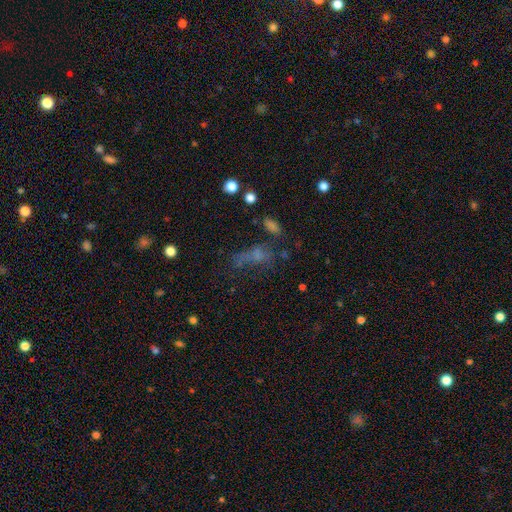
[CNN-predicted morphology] This is possibly a smooth galaxy (50%). Merging: marginally none (36%).